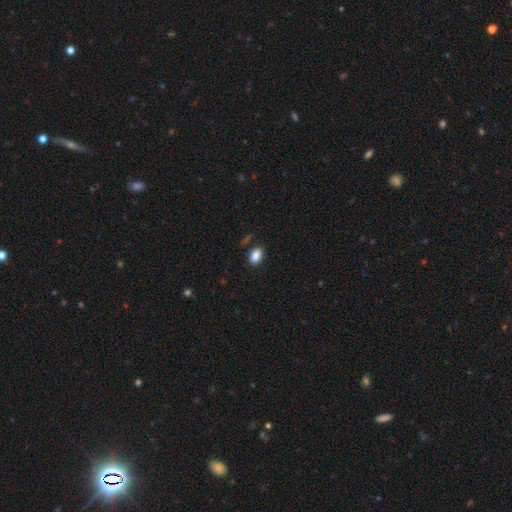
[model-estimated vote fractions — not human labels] smooth-or-featured: smooth: 86% | star or artifact: 9% | featured or disk: 5%
  how-rounded: in between: 85% | round: 13% | cigar-shaped: 2%
  merging: none: 85% | minor disturbance: 10% | major disturbance: 2% | merger: 2%